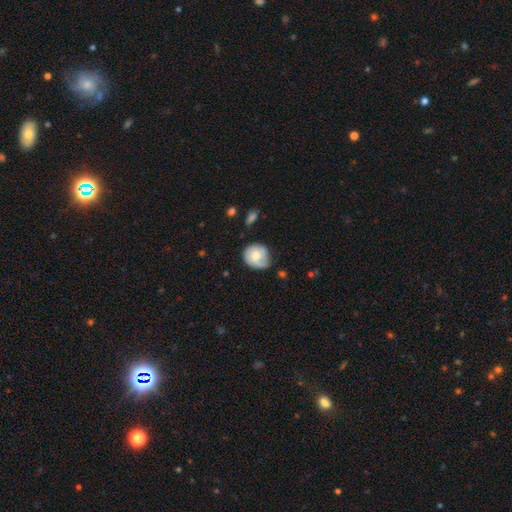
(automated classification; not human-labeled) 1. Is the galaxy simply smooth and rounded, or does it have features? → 60% smooth, 32% featured or disk, 7% star or artifact.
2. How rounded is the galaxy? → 76% round, 23% in between, 1% cigar-shaped.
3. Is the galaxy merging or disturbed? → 53% none, 35% minor disturbance, 9% major disturbance, 3% merger.